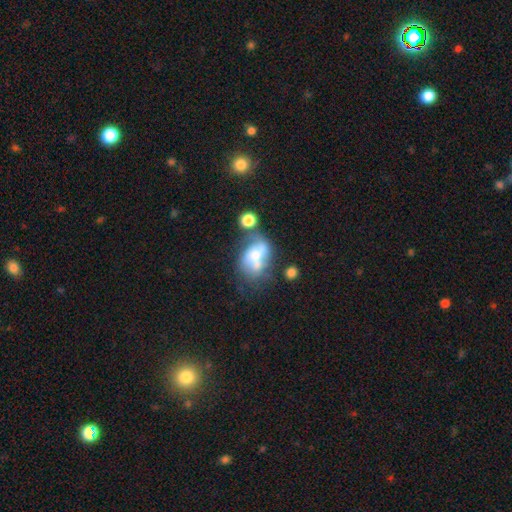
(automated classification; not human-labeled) The model was most divided on "bulge size": moderate: 40%, small: 32%, none: 14%, large: 11%, dominant: 3%. Remaining: edge-on disk — no (96%); bar — no (68%); spiral arms — no (58%); smooth or featured — featured or disk (52%); merging — merger (37%).